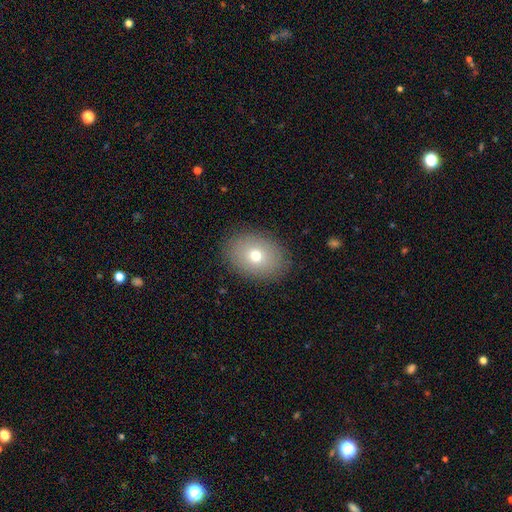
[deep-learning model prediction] The model was most divided on "how rounded": in between: 69%, round: 30%, cigar-shaped: 1%. More confident: merging — none (87%); smooth or featured — smooth (71%).